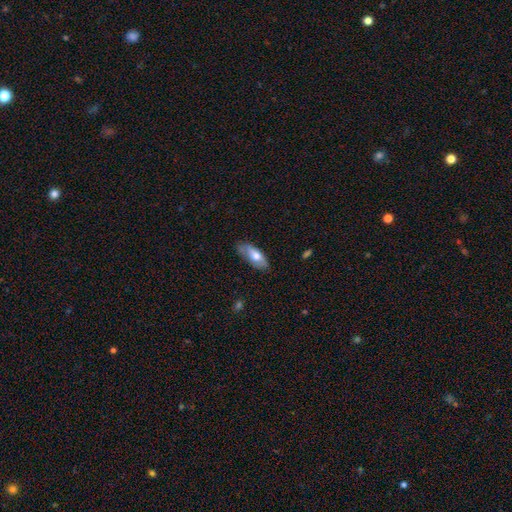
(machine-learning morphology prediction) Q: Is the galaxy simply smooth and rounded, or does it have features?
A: smooth — 64%.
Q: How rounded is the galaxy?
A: in between — 76%.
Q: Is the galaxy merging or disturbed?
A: none — 70%.